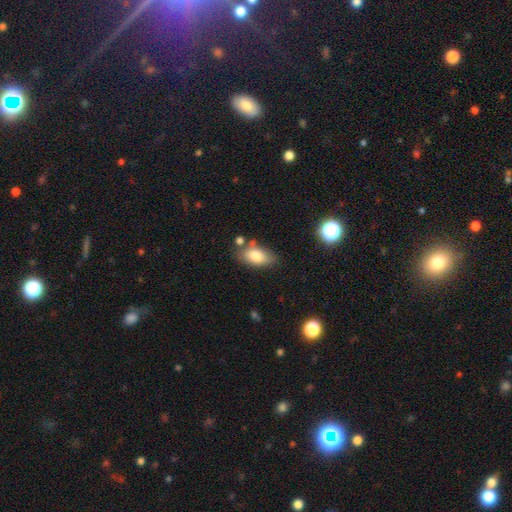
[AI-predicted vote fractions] Smooth or featured?
  - smooth: 80% *
  - featured or disk: 12%
  - star or artifact: 8%
How rounded?
  - in between: 90% *
  - round: 5%
  - cigar-shaped: 5%
Merging?
  - none: 64% *
  - minor disturbance: 20%
  - merger: 10%
  - major disturbance: 6%